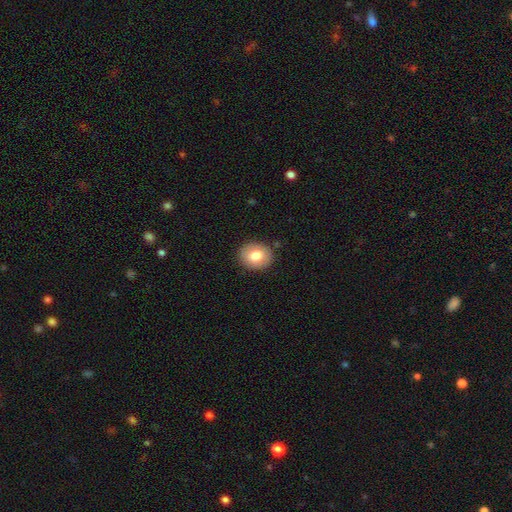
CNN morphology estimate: smooth 78%, featured or disk 14%, star or artifact 8%. Down the decision tree: how rounded — round (58%); merging — none (87%).